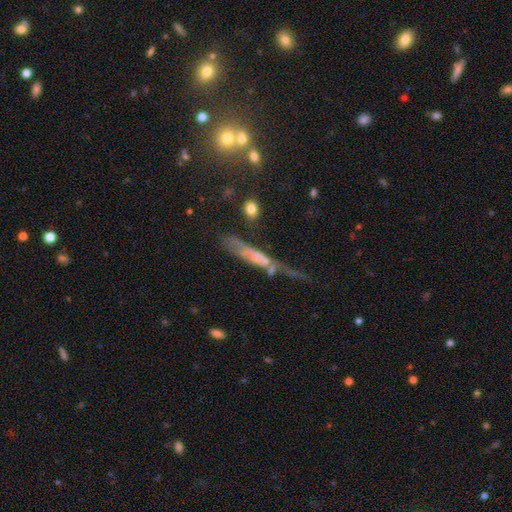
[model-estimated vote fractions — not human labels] Morphology: type=featured or disk (51%); edge-on=yes (69%); merging=none (44%).